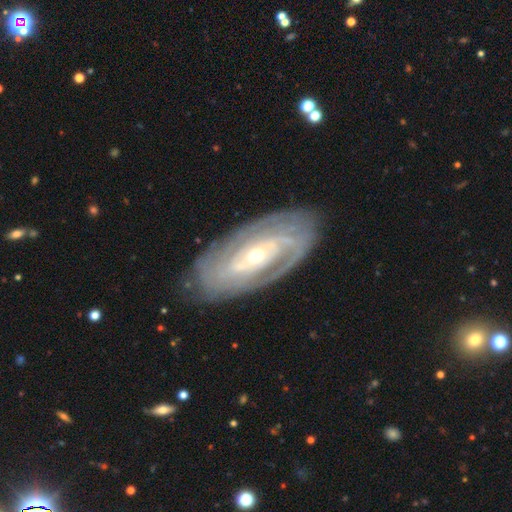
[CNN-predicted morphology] A featured or disk galaxy (86%) with no bar (54%), 2 (40%) tight (70%) spiral arms (89%) and a small central bulge (55%).

Vote fractions:
- Smooth or featured? featured or disk: 86% / smooth: 9% / star or artifact: 5%
- Edge-on disk? no: 92% / yes: 8%
- Bar? no: 54% / weak: 27% / strong: 18%
- Spiral arms? yes: 89% / no: 11%
- Spiral winding? tight: 70% / medium: 23% / loose: 7%
- Spiral arm count? 2: 40% / can't tell: 34% / 3: 12% / 4: 6% / 1: 5% / more than 4: 4%
- Bulge size? small: 55% / moderate: 41% / large: 2% / dominant: 1% / none: 1%
- Merging? none: 81% / minor disturbance: 13% / major disturbance: 5% / merger: 1%